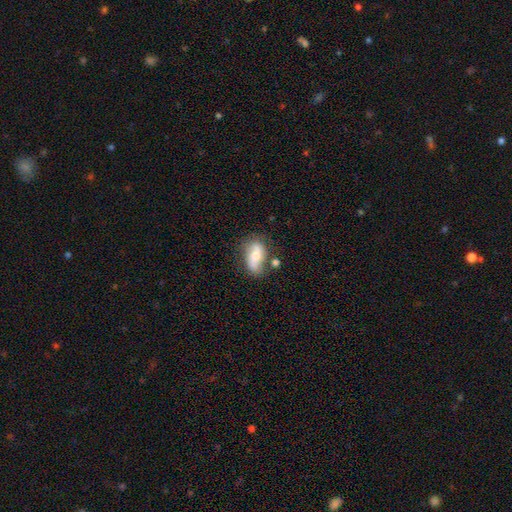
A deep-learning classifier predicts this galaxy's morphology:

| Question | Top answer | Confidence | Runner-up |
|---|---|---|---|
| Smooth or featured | smooth | 54% | featured or disk (38%) |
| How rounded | in between | 86% | cigar-shaped (8%) |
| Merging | none | 58% | minor disturbance (24%) |